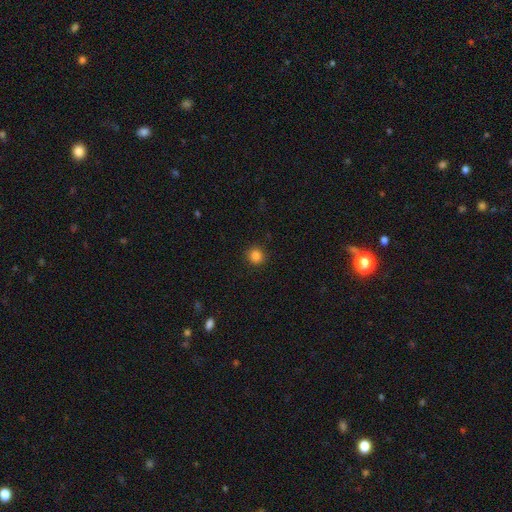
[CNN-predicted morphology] This appears to be a smooth galaxy with no disk features (85%) that is round (92%). Merging: none (91%).